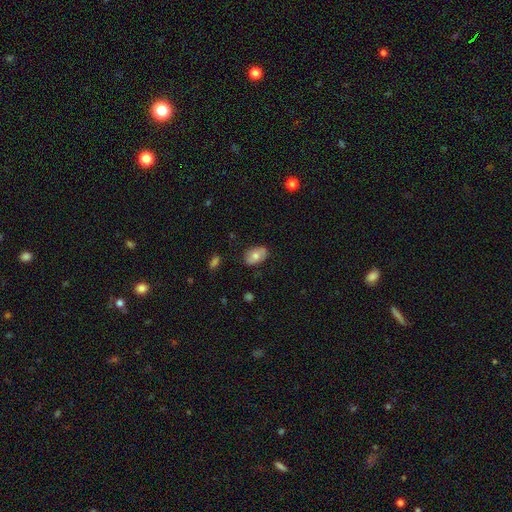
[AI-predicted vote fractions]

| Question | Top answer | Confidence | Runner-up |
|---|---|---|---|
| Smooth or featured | smooth | 68% | featured or disk (24%) |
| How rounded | in between | 89% | round (10%) |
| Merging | none | 79% | minor disturbance (16%) |